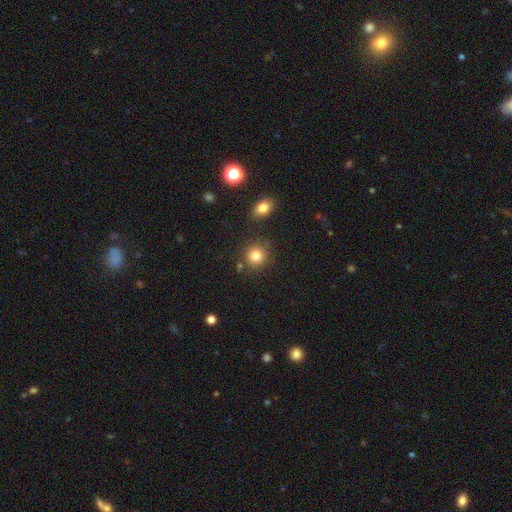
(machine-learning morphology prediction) smooth-or-featured: smooth: 83% | star or artifact: 11% | featured or disk: 6%
  how-rounded: round: 87% | in between: 12% | cigar-shaped: 1%
  merging: none: 80% | minor disturbance: 10% | merger: 7% | major disturbance: 3%